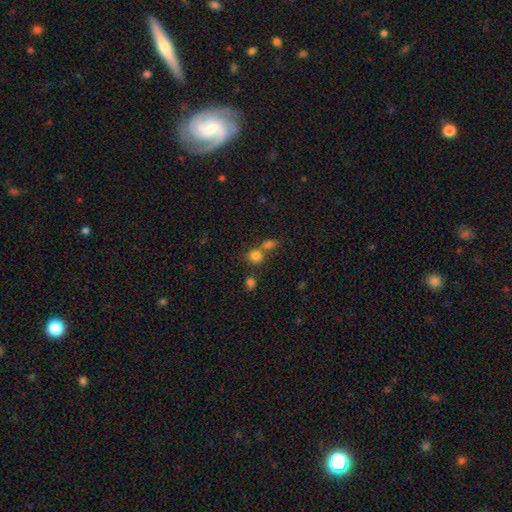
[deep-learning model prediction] smooth_or_featured: smooth (p=0.78) [alt: star or artifact p=0.15]
how_rounded: round (p=0.75) [alt: in between p=0.24]
merging: none (p=0.50) [alt: merger p=0.37]